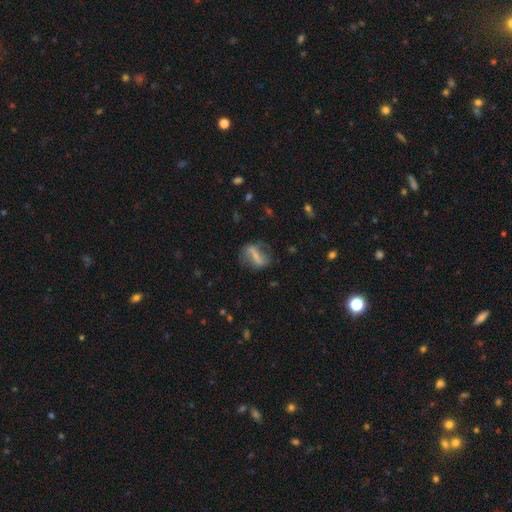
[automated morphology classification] Smooth or featured? featured or disk (52%)
Edge-on disk? no (87%)
Merging? none (63%)